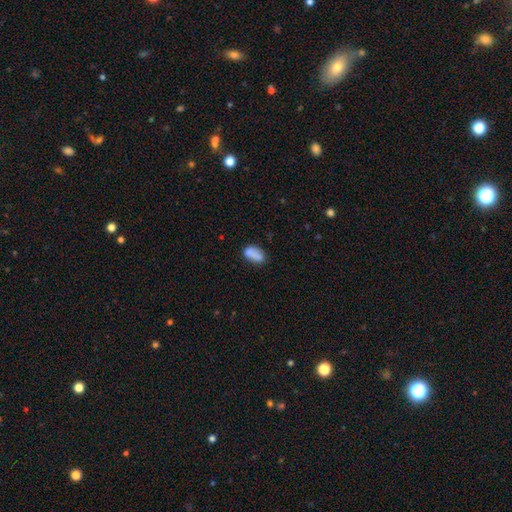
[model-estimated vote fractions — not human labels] smooth-or-featured: smooth: 75% | featured or disk: 16% | star or artifact: 10%
  how-rounded: in between: 84% | round: 11% | cigar-shaped: 5%
  merging: none: 48% | merger: 26% | minor disturbance: 18% | major disturbance: 7%